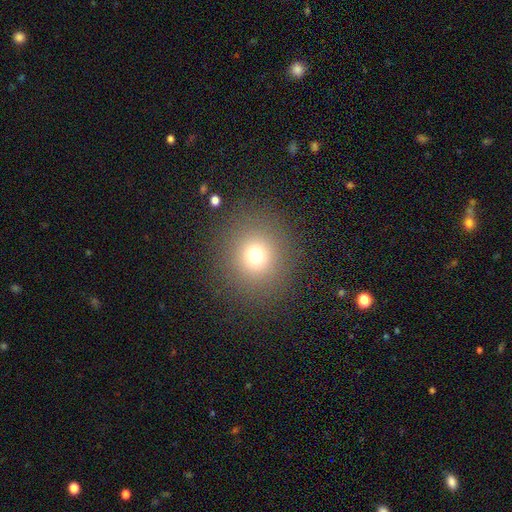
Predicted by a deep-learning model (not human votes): Smooth or featured? smooth (71%)
How rounded? round (89%)
Merging? none (88%)